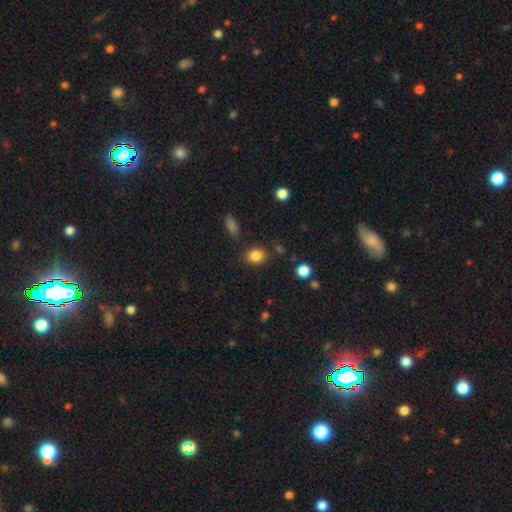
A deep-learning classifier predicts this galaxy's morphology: This is clearly a smooth galaxy (85%). How rounded: possibly in between (54%). Merging: clearly none (82%).